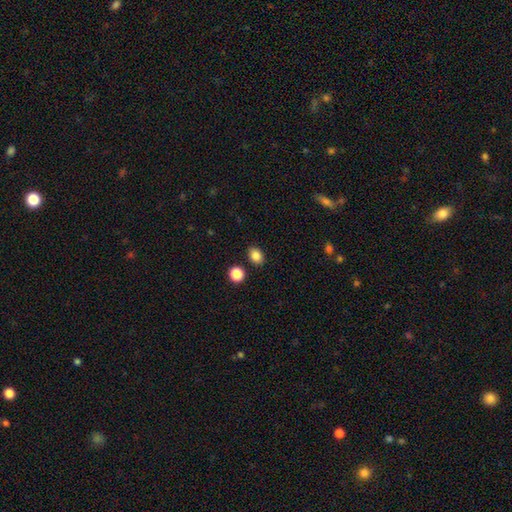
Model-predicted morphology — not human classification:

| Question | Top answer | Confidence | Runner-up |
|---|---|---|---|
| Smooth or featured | smooth | 85% | star or artifact (10%) |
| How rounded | in between | 61% | round (38%) |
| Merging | none | 86% | minor disturbance (8%) |